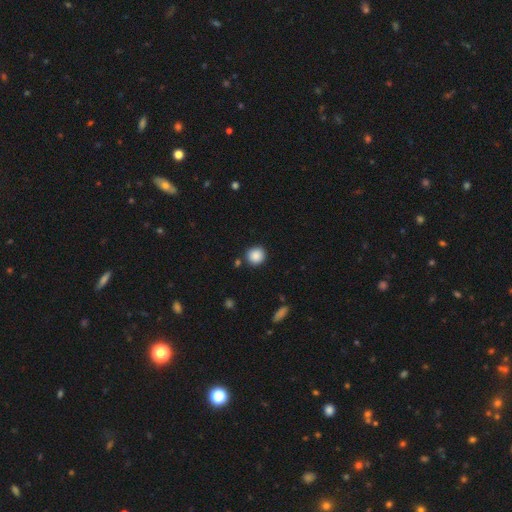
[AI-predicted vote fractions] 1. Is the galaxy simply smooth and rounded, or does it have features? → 88% smooth, 9% star or artifact, 3% featured or disk.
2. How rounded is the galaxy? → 90% round, 9% in between, 1% cigar-shaped.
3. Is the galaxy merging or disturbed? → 86% none, 8% minor disturbance, 4% merger, 2% major disturbance.